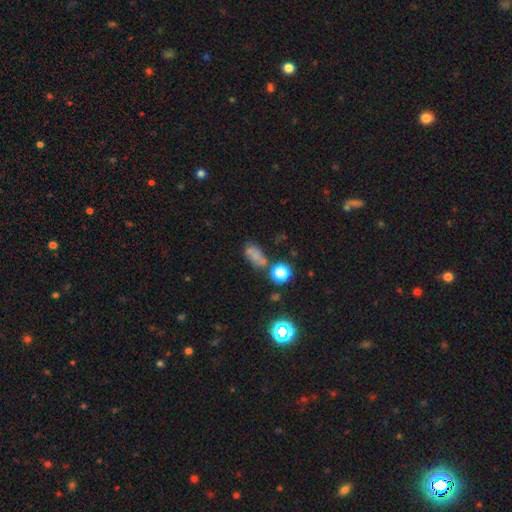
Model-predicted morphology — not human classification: A smooth galaxy with no disk features (63%) that is in between round and cigar-shaped (76%).

Vote fractions:
- Smooth or featured? smooth: 63% / star or artifact: 22% / featured or disk: 16%
- How rounded? in between: 76% / round: 18% / cigar-shaped: 6%
- Merging? none: 49% / minor disturbance: 21% / merger: 19% / major disturbance: 11%